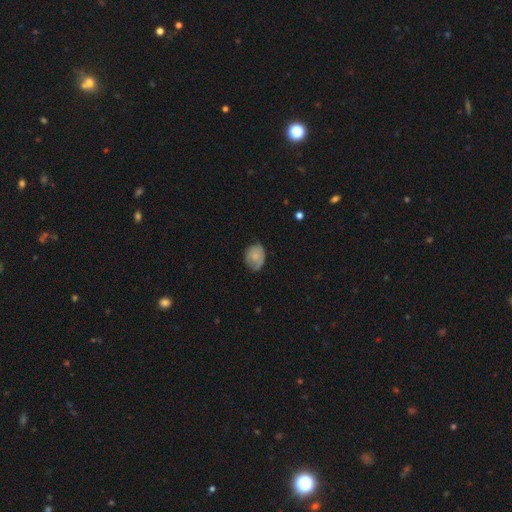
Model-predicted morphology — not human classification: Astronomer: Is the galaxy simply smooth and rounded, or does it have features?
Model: smooth — 72%.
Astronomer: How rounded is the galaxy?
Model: in between — 58% (runner-up: round, 41%).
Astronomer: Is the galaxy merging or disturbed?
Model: none — 61%.